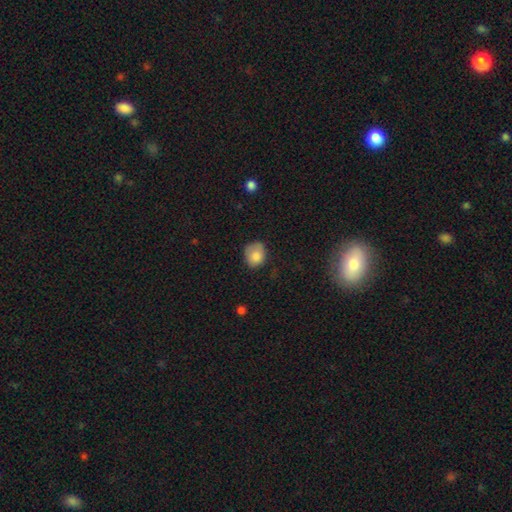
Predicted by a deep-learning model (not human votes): smooth_or_featured: smooth (p=0.82) [alt: featured or disk p=0.10]
how_rounded: round (p=0.57) [alt: in between p=0.42]
merging: none (p=0.59) [alt: minor disturbance p=0.30]